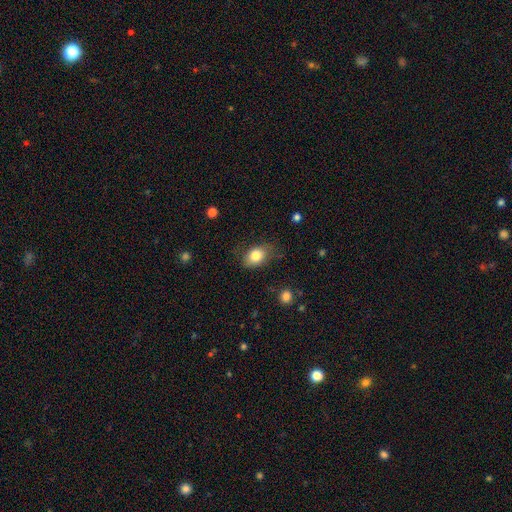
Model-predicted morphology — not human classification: Smooth or featured: smooth — 81% (featured or disk — 10%)
How rounded: in between — 77% (round — 21%)
Merging: none — 71% (minor disturbance — 22%)